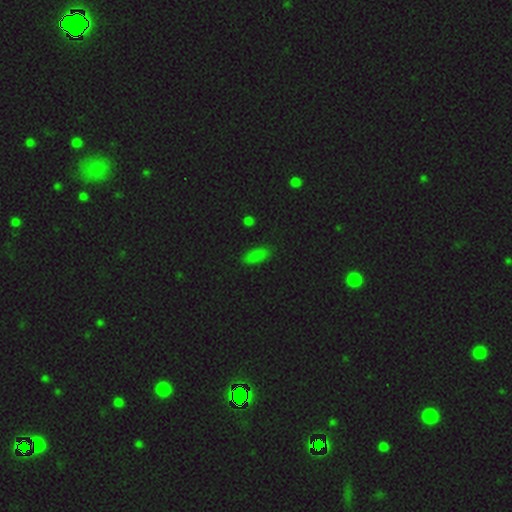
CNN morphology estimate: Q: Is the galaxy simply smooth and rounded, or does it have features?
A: smooth — 79%.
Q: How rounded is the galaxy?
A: in between — 83%.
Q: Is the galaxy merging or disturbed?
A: none — 85%.